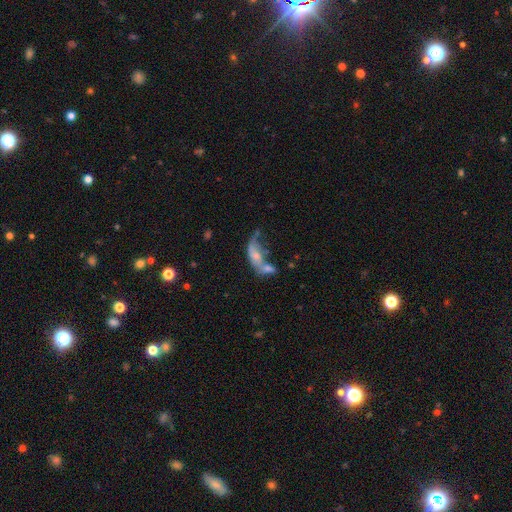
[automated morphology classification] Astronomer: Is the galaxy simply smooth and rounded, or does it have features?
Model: smooth — 48% (runner-up: featured or disk, 42%).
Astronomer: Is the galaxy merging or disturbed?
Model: merger — 52%.